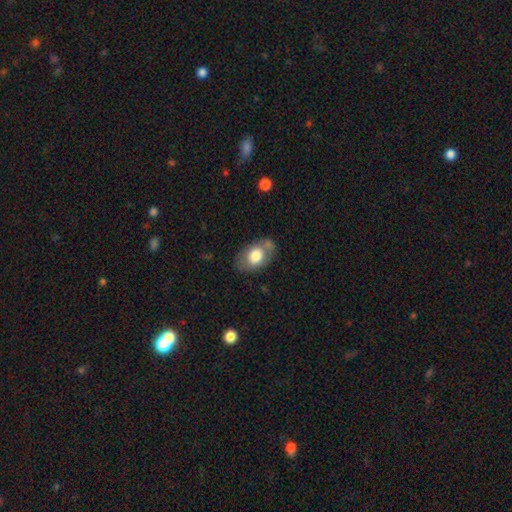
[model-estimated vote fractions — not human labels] This appears to be a smooth galaxy with no disk features (72%) that is in between round and cigar-shaped (84%). Merging: none (64%).